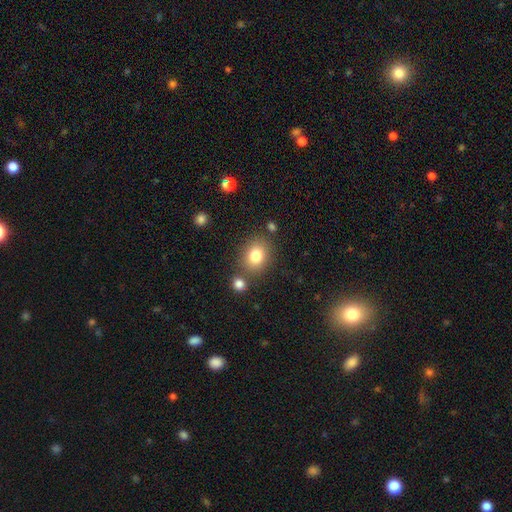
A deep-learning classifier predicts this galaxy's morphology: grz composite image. It shows a smooth galaxy with no disk features (81%) that is round (52%). Merging: none (75%).